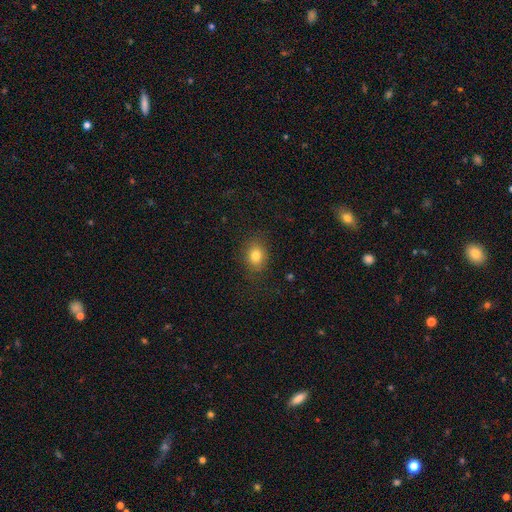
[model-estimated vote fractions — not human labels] The model was most divided on "how rounded": in between: 55%, round: 44%, cigar-shaped: 1%. More confident: merging — none (83%); smooth or featured — smooth (81%).